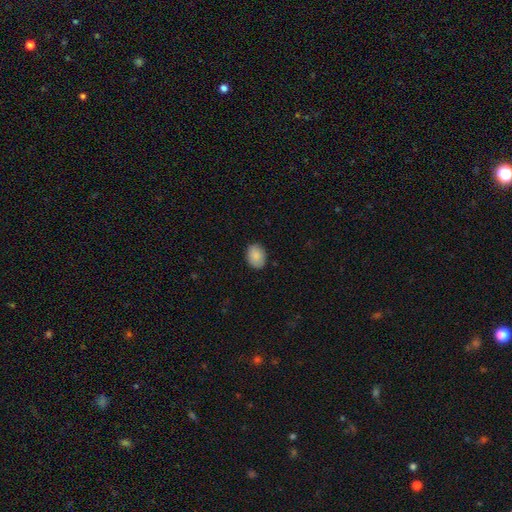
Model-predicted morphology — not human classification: type=smooth (87%); roundness=in between (72%); merging=none (86%).